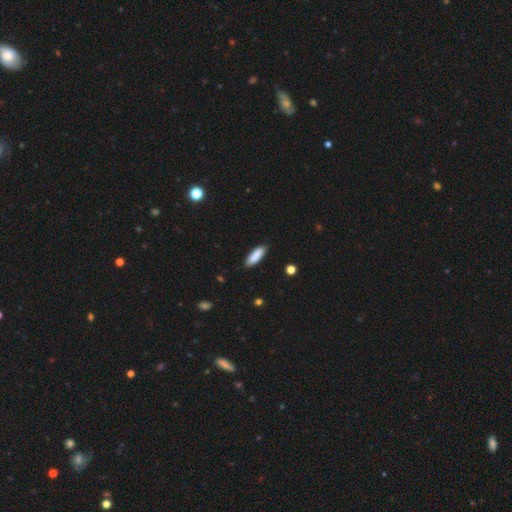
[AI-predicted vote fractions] This appears to be a smooth galaxy with no disk features (88%) that is in between round and cigar-shaped (51%). Merging: none (88%).